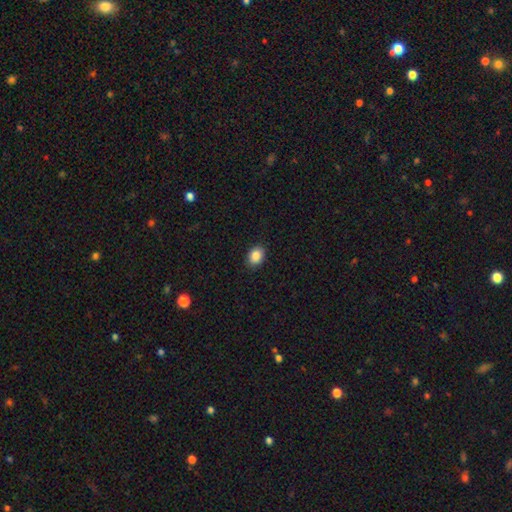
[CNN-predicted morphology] Q: Smooth or featured?
A: smooth (87%); runner-up: star or artifact (9%)
Q: How rounded?
A: in between (64%); runner-up: round (35%)
Q: Merging?
A: none (89%); runner-up: minor disturbance (8%)